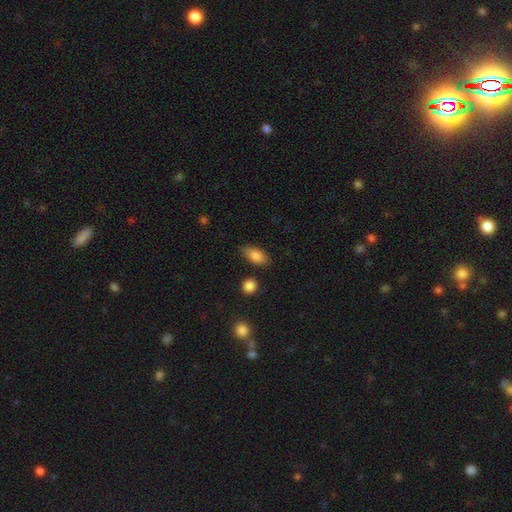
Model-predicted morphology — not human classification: Smooth or featured? smooth (85%)
How rounded? in between (88%)
Merging? none (78%)